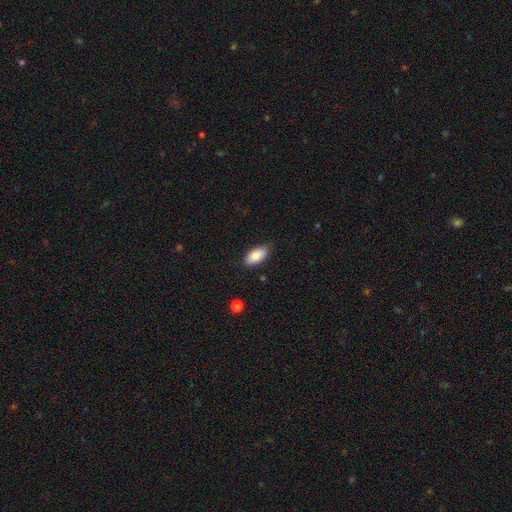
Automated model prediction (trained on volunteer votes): Q: Smooth or featured?
A: smooth (83%); runner-up: featured or disk (11%)
Q: How rounded?
A: in between (93%); runner-up: cigar-shaped (4%)
Q: Merging?
A: none (84%); runner-up: minor disturbance (13%)